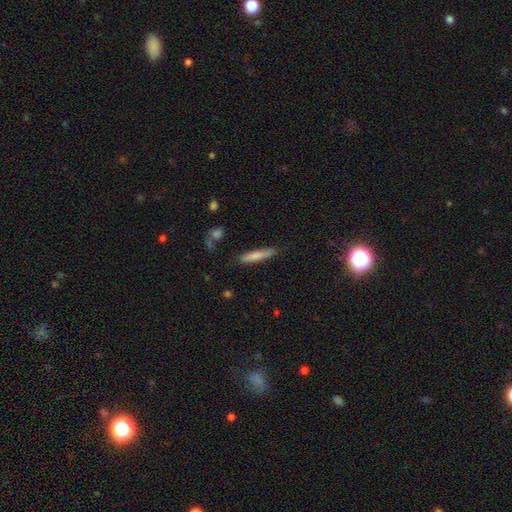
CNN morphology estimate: smooth 77%, featured or disk 17%, star or artifact 6%. Down the decision tree: how rounded — cigar-shaped (91%); merging — none (84%).